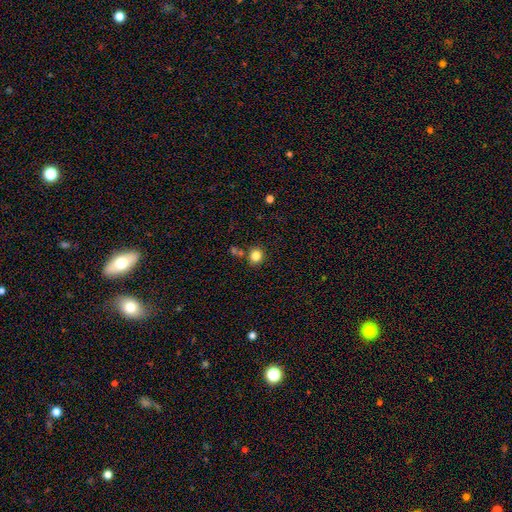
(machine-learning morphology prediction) Q: Smooth or featured?
A: smooth (83%); runner-up: star or artifact (11%)
Q: How rounded?
A: round (82%); runner-up: in between (17%)
Q: Merging?
A: none (77%); runner-up: merger (10%)